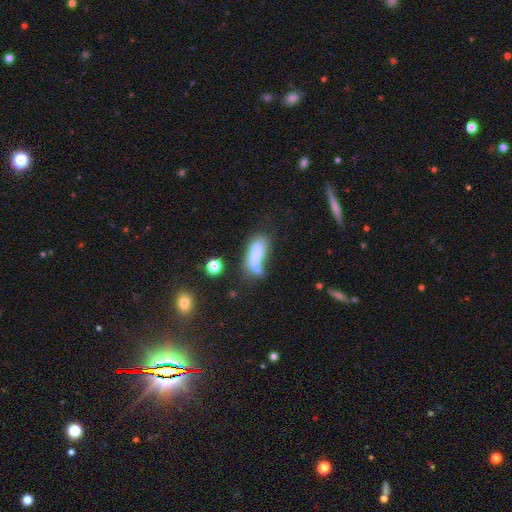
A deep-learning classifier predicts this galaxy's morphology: smooth_or_featured: smooth (p=0.60) [alt: featured or disk p=0.29]
how_rounded: in between (p=0.65) [alt: cigar-shaped p=0.29]
merging: merger (p=0.34) [alt: major disturbance p=0.28]